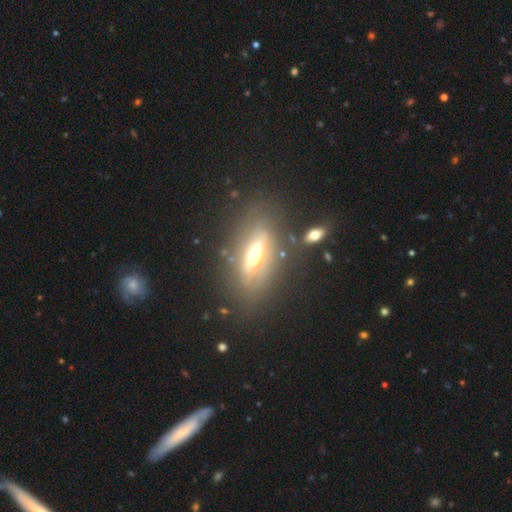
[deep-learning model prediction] A featured or disk galaxy (67%) viewed edge-on (62%).

Vote fractions:
- Smooth or featured? featured or disk: 67% / smooth: 25% / star or artifact: 8%
- Edge-on disk? yes: 62% / no: 38%
- Merging? none: 75% / minor disturbance: 14% / major disturbance: 7% / merger: 4%